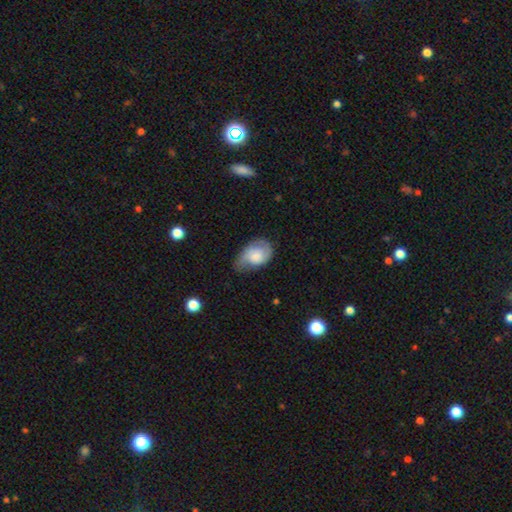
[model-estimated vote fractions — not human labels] smooth-or-featured: smooth: 56% | featured or disk: 37% | star or artifact: 7%
  how-rounded: in between: 84% | round: 15% | cigar-shaped: 1%
  merging: none: 42% | minor disturbance: 40% | major disturbance: 17% | merger: 2%